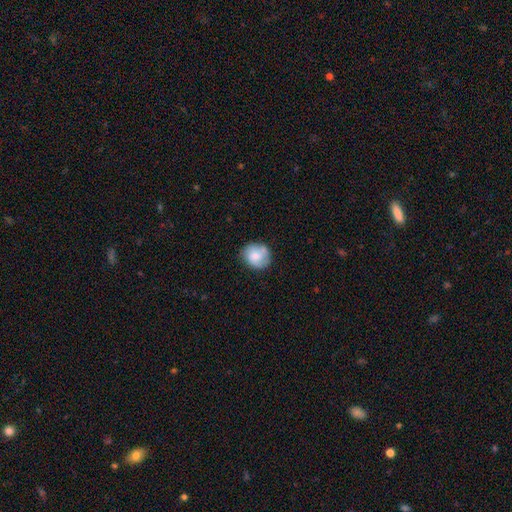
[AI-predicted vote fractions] smooth 71%, featured or disk 21%, star or artifact 7%. Down the decision tree: how rounded — round (75%); merging — none (65%).